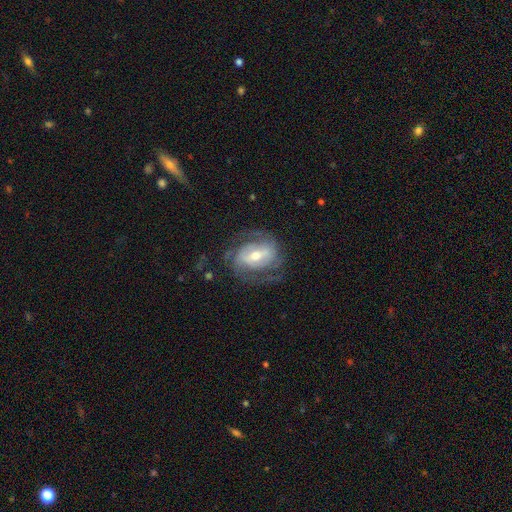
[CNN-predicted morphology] Overall: featured or disk (82%). Edge-on disk: no (96%). Bar: weak (41%; strong 39%). Spiral arms: yes (91%). Spiral arm count: 2 (62%). Spiral winding: medium (44%; tight 38%). Bulge size: moderate (61%; small 30%). Merging: none (66%).